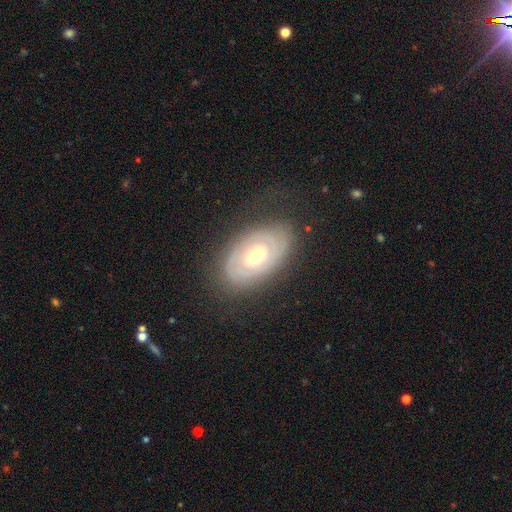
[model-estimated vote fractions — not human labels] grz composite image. It shows a featured or disk galaxy (74%) with no bar (78%), spiral arms (69%) and a moderate central bulge (58%). Merging: none (78%).